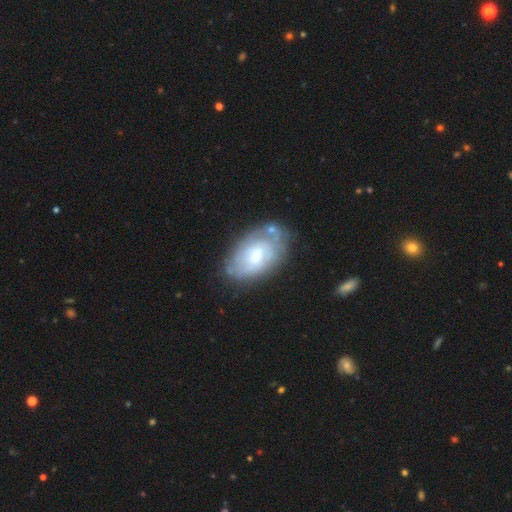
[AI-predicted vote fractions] This is likely a featured or disk galaxy (64%). It is clearly not viewed edge-on (95%). Bar: possibly no (55%). Spiral arm pattern: likely yes (76%). Central bulge: possibly moderate (59%). Merging: likely none (63%).